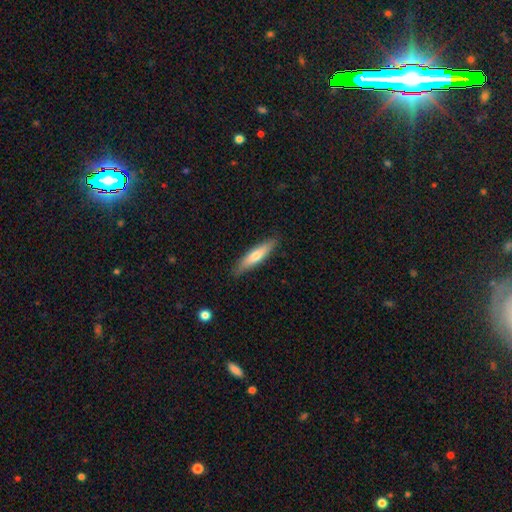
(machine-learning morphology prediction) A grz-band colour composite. It shows a smooth galaxy with no disk features (63%) that is cigar-shaped (81%). Merging: none (87%).